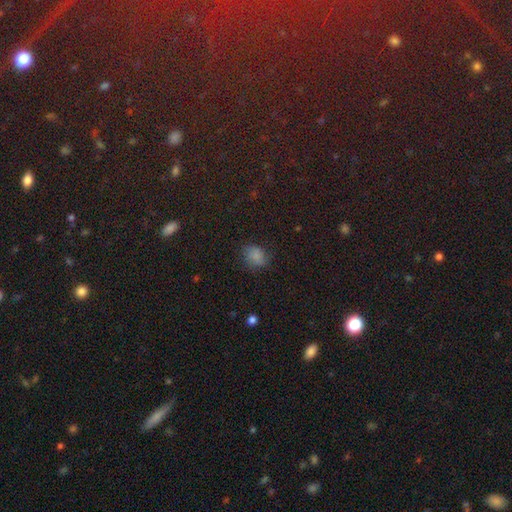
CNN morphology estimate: smooth 77%, star or artifact 15%, featured or disk 8%. Down the decision tree: how rounded — round (51%); merging — none (72%).